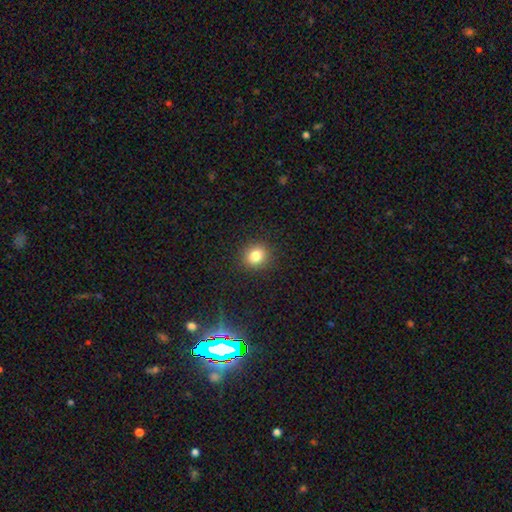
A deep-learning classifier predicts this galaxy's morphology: Smooth or featured? smooth (82%)
How rounded? round (84%)
Merging? none (90%)